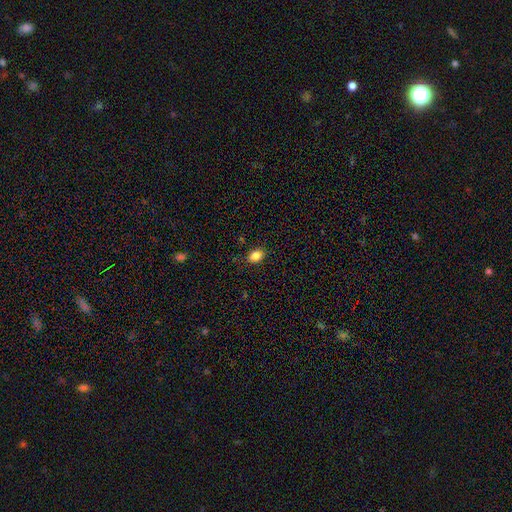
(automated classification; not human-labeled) Q: Smooth or featured?
A: smooth (85%); runner-up: star or artifact (10%)
Q: How rounded?
A: in between (75%); runner-up: round (24%)
Q: Merging?
A: none (85%); runner-up: minor disturbance (11%)